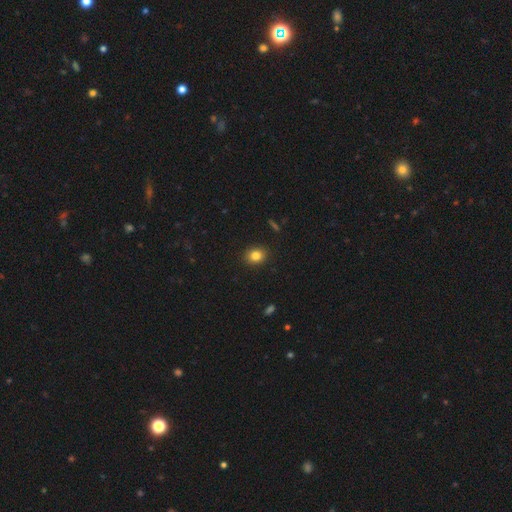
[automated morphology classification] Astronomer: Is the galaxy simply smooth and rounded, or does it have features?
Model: smooth — 82%.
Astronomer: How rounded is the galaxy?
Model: round — 64%.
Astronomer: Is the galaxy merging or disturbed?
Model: none — 90%.